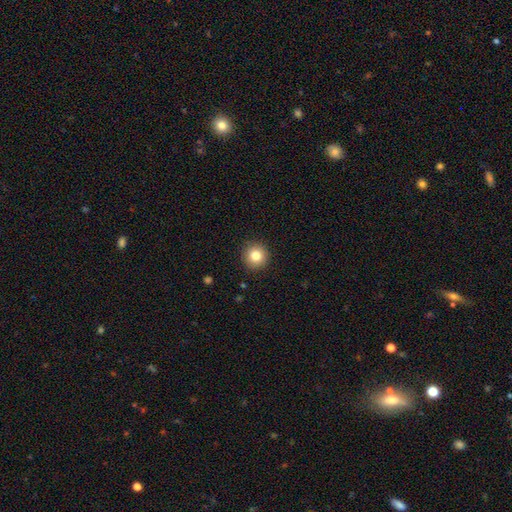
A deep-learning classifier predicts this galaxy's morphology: Smooth or featured? Predicted: smooth (p=0.82). How rounded? Predicted: round (p=0.94). Merging? Predicted: none (p=0.91).